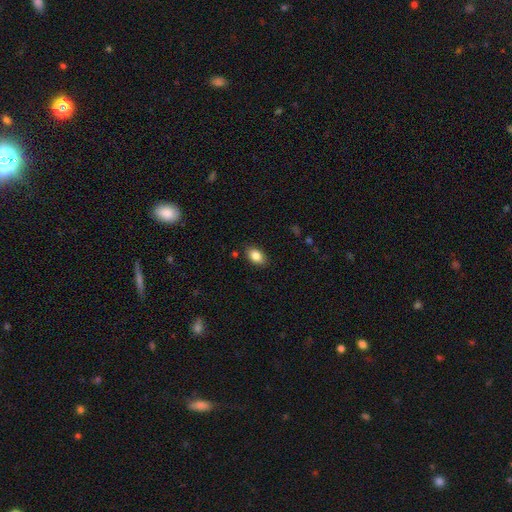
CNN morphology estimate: Smooth or featured? smooth (86%)
How rounded? in between (88%)
Merging? none (86%)